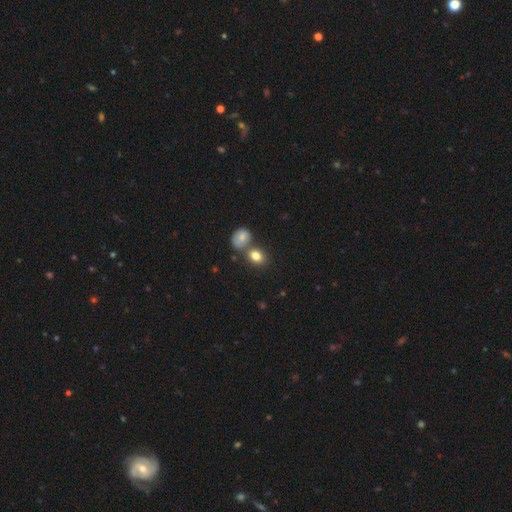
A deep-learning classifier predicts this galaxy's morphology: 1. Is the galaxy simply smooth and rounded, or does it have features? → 80% smooth, 10% star or artifact, 9% featured or disk.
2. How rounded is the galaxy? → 54% in between, 45% round, 1% cigar-shaped.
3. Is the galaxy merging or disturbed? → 55% none, 31% merger, 11% minor disturbance, 3% major disturbance.